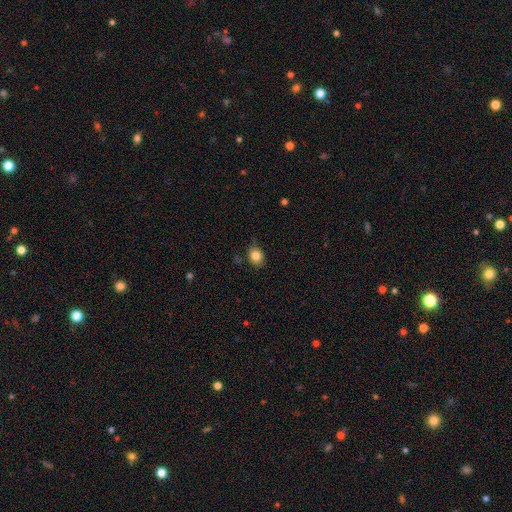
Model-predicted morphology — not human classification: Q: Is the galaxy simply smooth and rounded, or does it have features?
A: smooth — 83%.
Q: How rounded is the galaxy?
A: round — 54%.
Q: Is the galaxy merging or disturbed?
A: none — 75%.